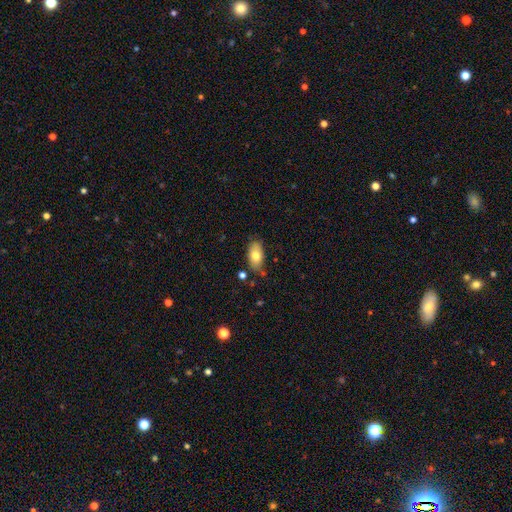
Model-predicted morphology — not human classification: A smooth galaxy with no disk features (74%) that is in between round and cigar-shaped (91%). Merging: none (75%).